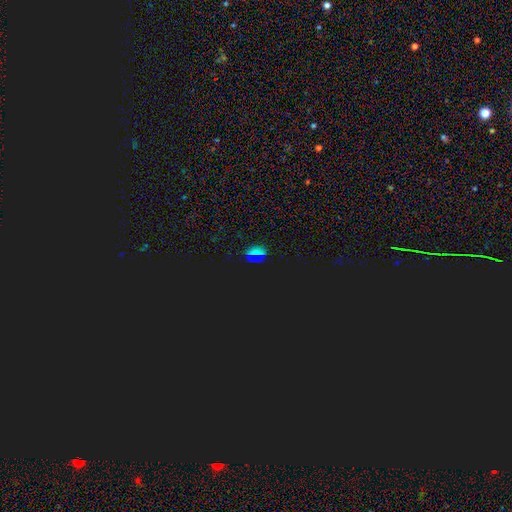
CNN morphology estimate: smooth_or_featured: star or artifact (p=0.60) [alt: smooth p=0.32]